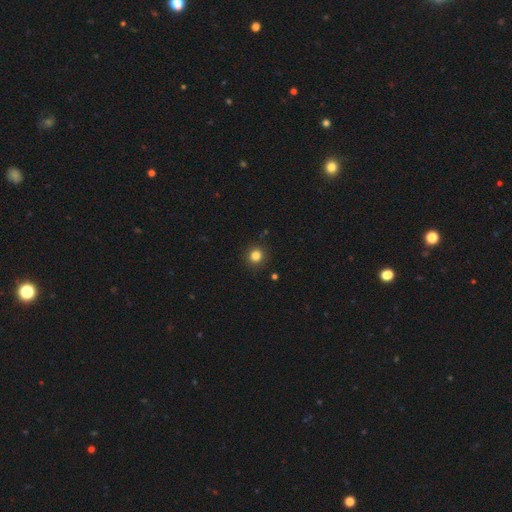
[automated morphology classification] Q: Smooth or featured?
A: smooth (82%); runner-up: star or artifact (13%)
Q: How rounded?
A: round (92%); runner-up: in between (7%)
Q: Merging?
A: none (91%); runner-up: minor disturbance (6%)